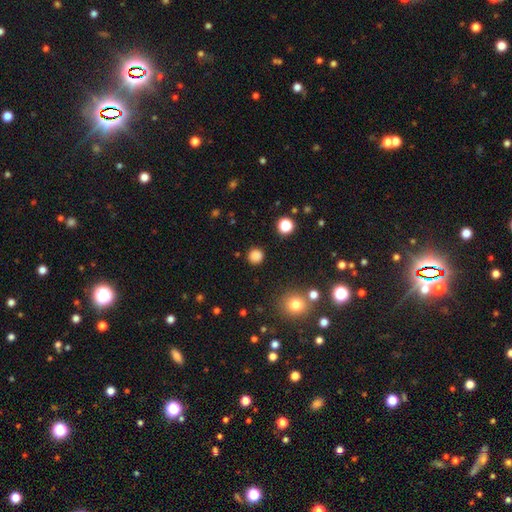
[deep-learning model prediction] Smooth or featured?
  - smooth: 81% *
  - star or artifact: 15%
  - featured or disk: 3%
How rounded?
  - round: 93% *
  - in between: 6%
  - cigar-shaped: 1%
Merging?
  - none: 89% *
  - minor disturbance: 7%
  - major disturbance: 2%
  - merger: 2%